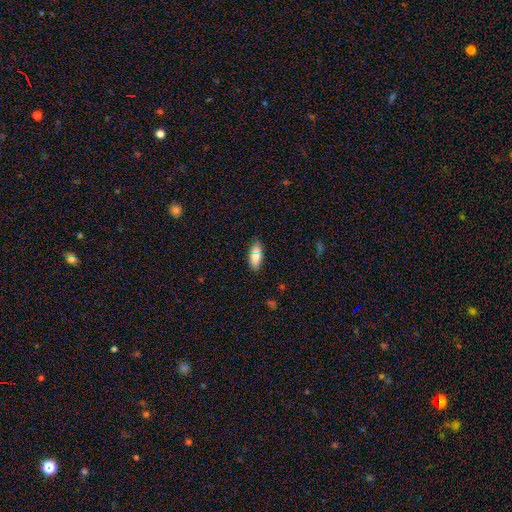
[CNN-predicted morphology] This is likely a smooth galaxy (78%). How rounded: clearly in between (81%). Merging: likely none (79%).